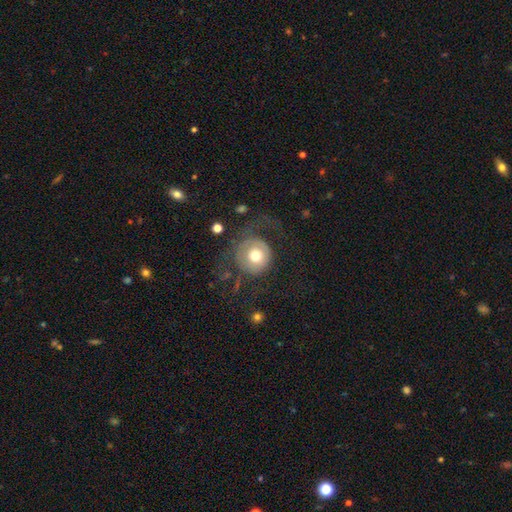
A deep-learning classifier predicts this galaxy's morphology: Smooth or featured: smooth — 58% (featured or disk — 34%)
How rounded: round — 92% (in between — 7%)
Merging: none — 46% (major disturbance — 36%)